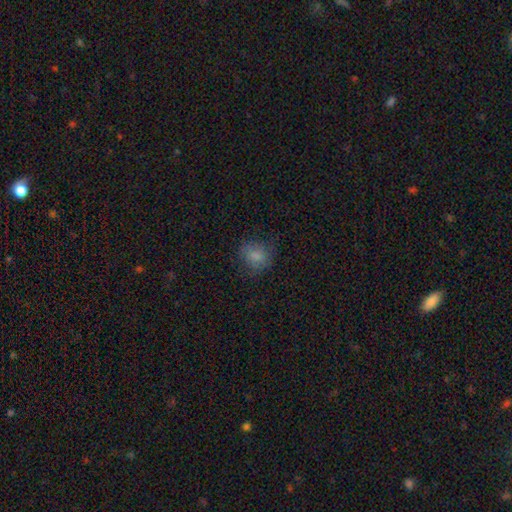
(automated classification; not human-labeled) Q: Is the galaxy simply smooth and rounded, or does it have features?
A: smooth — 78%.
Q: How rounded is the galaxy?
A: round — 74%.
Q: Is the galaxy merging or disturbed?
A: none — 70%.